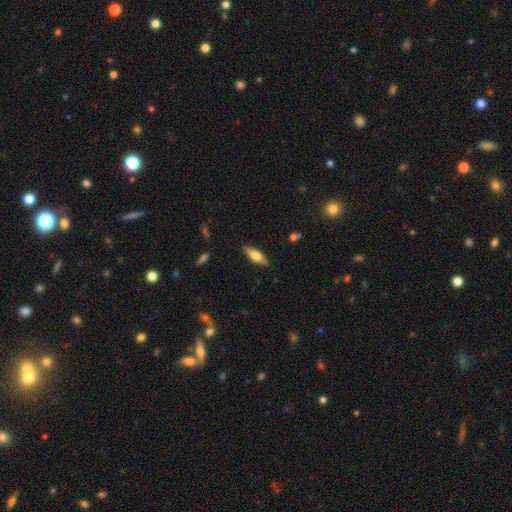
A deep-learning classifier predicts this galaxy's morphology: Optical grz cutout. It shows a smooth galaxy with no disk features (59%) that is in between round and cigar-shaped (58%). Merging: none (87%).